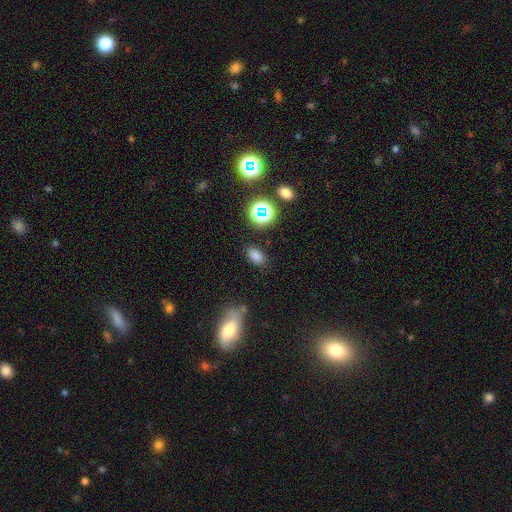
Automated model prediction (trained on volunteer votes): A smooth galaxy with no disk features (75%) that is in between round and cigar-shaped (87%).

Vote fractions:
- Smooth or featured? smooth: 75% / star or artifact: 18% / featured or disk: 7%
- How rounded? in between: 87% / round: 11% / cigar-shaped: 2%
- Merging? none: 82% / minor disturbance: 11% / major disturbance: 4% / merger: 3%